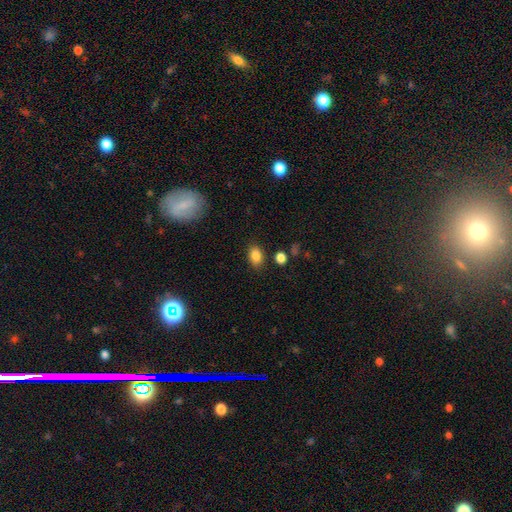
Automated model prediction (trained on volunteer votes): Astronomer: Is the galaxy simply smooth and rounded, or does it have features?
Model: smooth — 85%.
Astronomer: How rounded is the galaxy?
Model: in between — 77%.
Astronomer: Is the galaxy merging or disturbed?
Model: none — 84%.